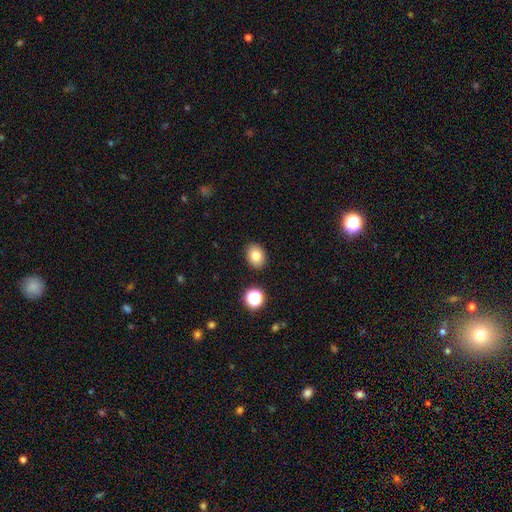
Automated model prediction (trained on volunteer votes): smooth_or_featured: smooth (p=0.80) [alt: star or artifact p=0.11]
how_rounded: in between (p=0.60) [alt: round p=0.39]
merging: none (p=0.88) [alt: minor disturbance p=0.08]